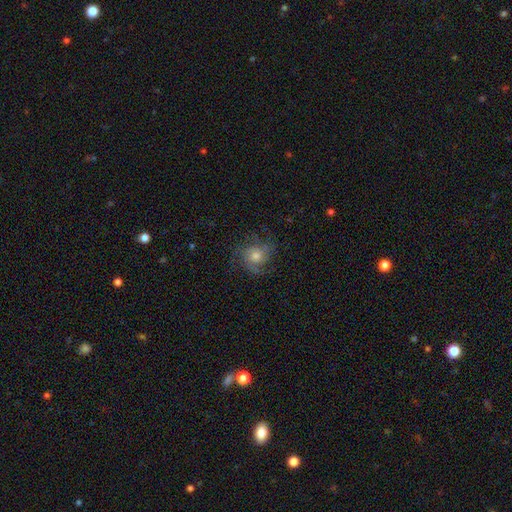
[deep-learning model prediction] Morphology: type=featured or disk (65%); edge-on=no (97%); bar=no (79%); spiral arms=yes (91%); winding=medium (45%); arm count=3 (39%); bulge=moderate (61%); merging=none (70%).